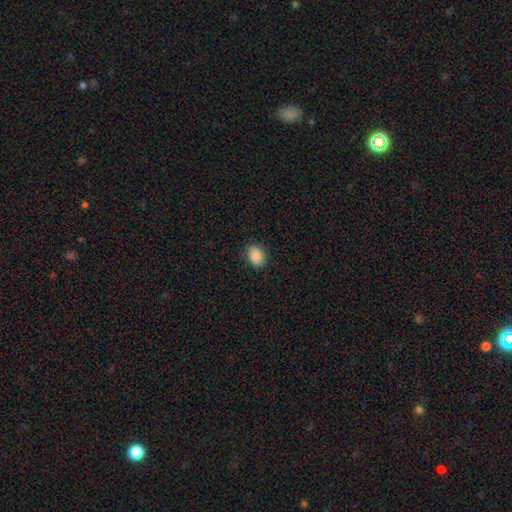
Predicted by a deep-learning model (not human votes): Q: Smooth or featured?
A: smooth (88%); runner-up: star or artifact (8%)
Q: How rounded?
A: in between (67%); runner-up: round (32%)
Q: Merging?
A: none (80%); runner-up: minor disturbance (15%)